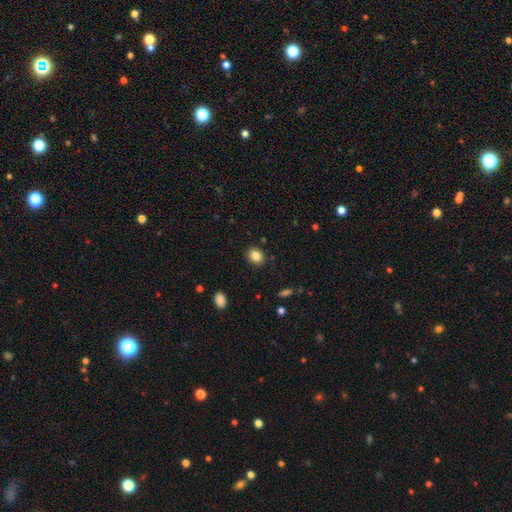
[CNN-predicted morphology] Overall: smooth (85%). How rounded: in between (50%; round 49%). Merging: none (88%).